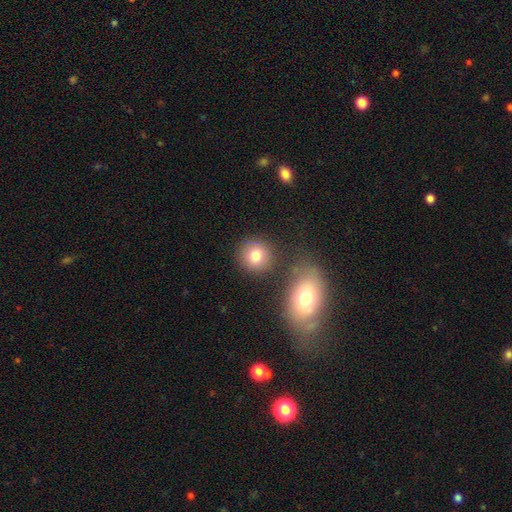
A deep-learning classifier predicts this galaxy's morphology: A smooth galaxy with no disk features (79%) that is round (86%). Merging: none (78%).